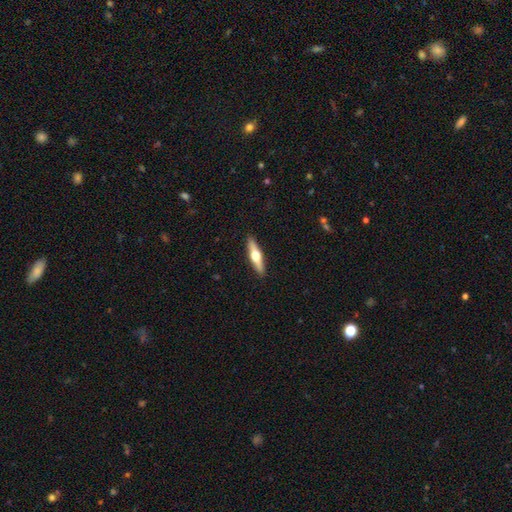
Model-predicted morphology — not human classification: A featured or disk galaxy (57%) viewed edge-on (95%) with a rounded central bulge (96%).

Vote fractions:
- Smooth or featured? featured or disk: 57% / smooth: 37% / star or artifact: 5%
- Edge-on disk? yes: 95% / no: 5%
- Edge-on bulge? rounded: 96% / boxy: 2% / none: 2%
- Merging? none: 91% / minor disturbance: 6% / major disturbance: 1% / merger: 1%